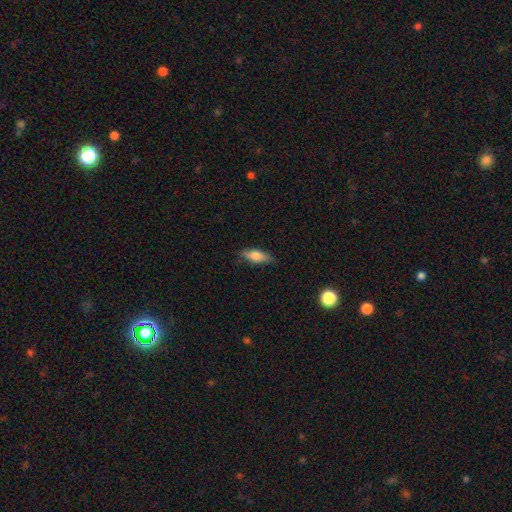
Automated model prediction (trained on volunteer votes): Q: Smooth or featured?
A: smooth (70%); runner-up: featured or disk (23%)
Q: How rounded?
A: in between (63%); runner-up: cigar-shaped (34%)
Q: Merging?
A: none (78%); runner-up: minor disturbance (17%)